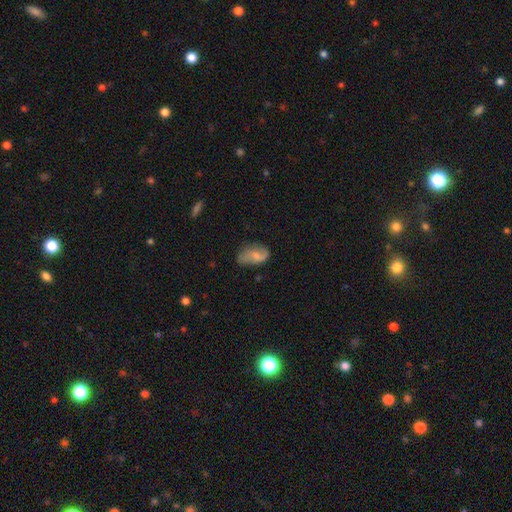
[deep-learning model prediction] Overall: smooth (61%; featured or disk 31%). How rounded: in between (89%). Merging: none (42%; minor disturbance 36%).